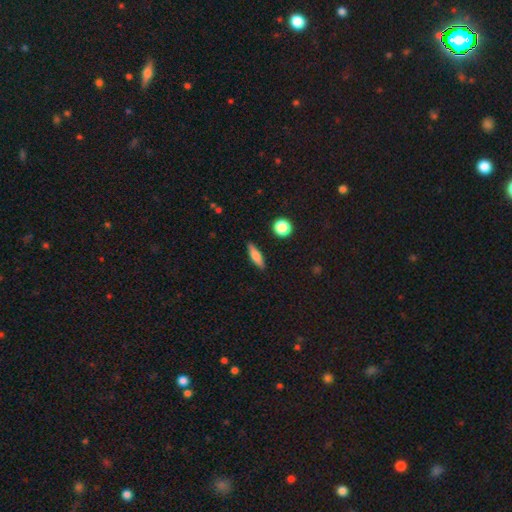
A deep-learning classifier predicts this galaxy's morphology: Smooth or featured?
  - smooth: 67% *
  - featured or disk: 25%
  - star or artifact: 8%
How rounded?
  - cigar-shaped: 63% *
  - in between: 32%
  - round: 4%
Merging?
  - none: 88% *
  - minor disturbance: 9%
  - major disturbance: 2%
  - merger: 2%